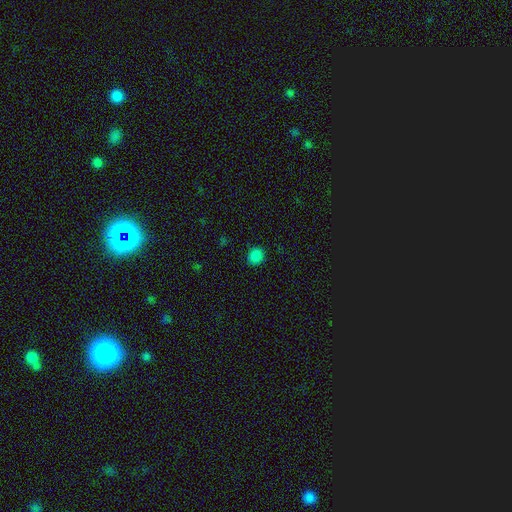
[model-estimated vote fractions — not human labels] Smooth or featured: smooth — 84% (star or artifact — 13%)
How rounded: round — 82% (in between — 17%)
Merging: none — 90% (minor disturbance — 7%)